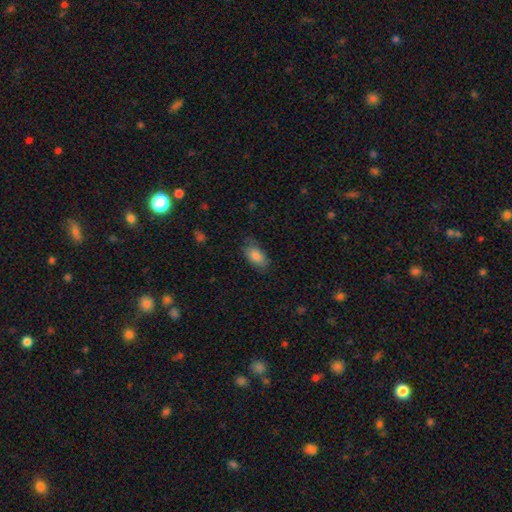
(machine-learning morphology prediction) type=smooth (85%); roundness=in between (91%); merging=none (71%).